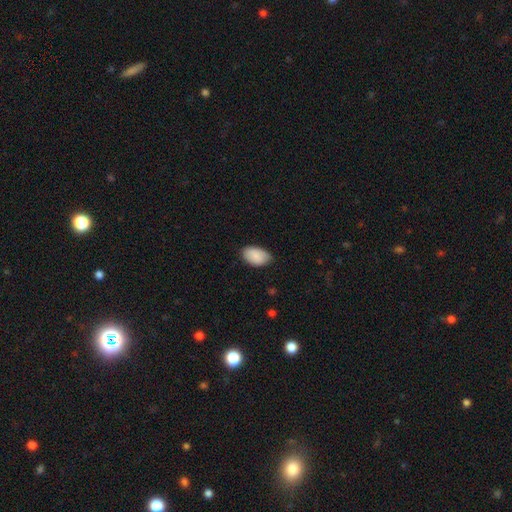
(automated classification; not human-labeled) Smooth or featured? Predicted: smooth (p=0.88). How rounded? Predicted: in between (p=0.93). Merging? Predicted: none (p=0.75).